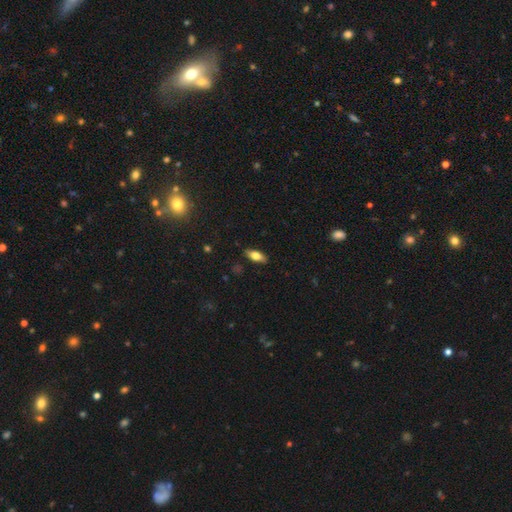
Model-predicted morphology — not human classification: A smooth galaxy with no disk features (69%) that is in between round and cigar-shaped (78%).

Vote fractions:
- Smooth or featured? smooth: 69% / featured or disk: 24% / star or artifact: 7%
- How rounded? in between: 78% / cigar-shaped: 19% / round: 3%
- Merging? none: 86% / minor disturbance: 11% / major disturbance: 2% / merger: 1%